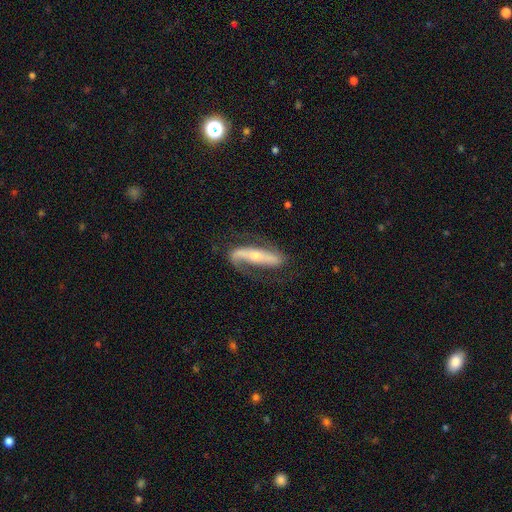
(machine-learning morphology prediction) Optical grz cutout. It shows a featured or disk galaxy (79%) with a strong bar (59%), 2 (75%) loose (44%) spiral arms (89%) and a small central bulge (57%). Merging: none (65%).